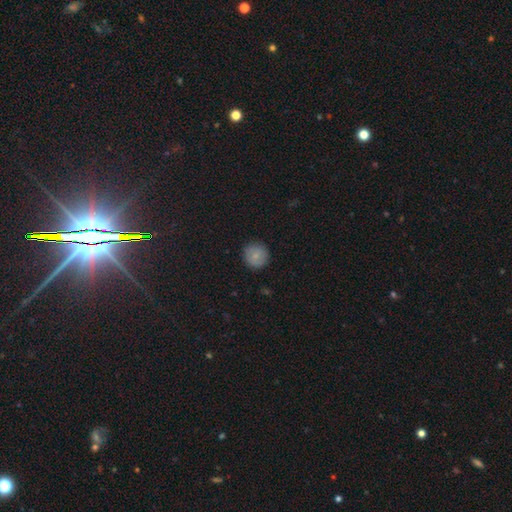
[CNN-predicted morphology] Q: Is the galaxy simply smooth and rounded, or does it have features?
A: smooth — 81%.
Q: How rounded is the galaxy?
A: round — 93%.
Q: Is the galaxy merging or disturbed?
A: none — 89%.